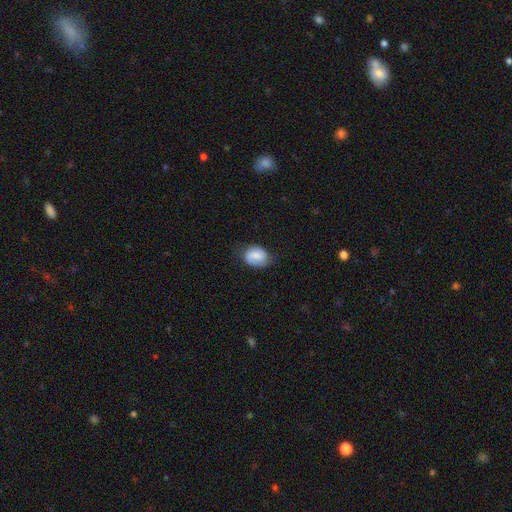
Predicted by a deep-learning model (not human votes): Smooth or featured? Predicted: smooth (p=0.68). How rounded? Predicted: in between (p=0.63). Merging? Predicted: none (p=0.68).